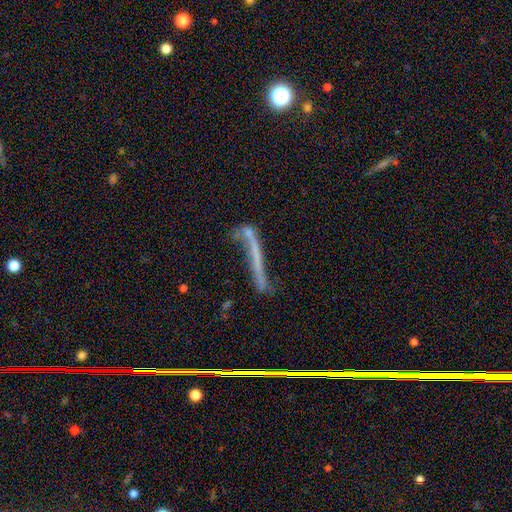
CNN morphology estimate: Smooth or featured? Predicted: featured or disk (p=0.46). Merging? Predicted: none (p=0.42).